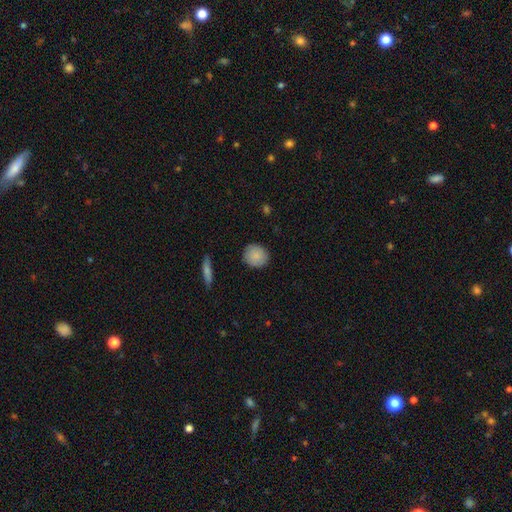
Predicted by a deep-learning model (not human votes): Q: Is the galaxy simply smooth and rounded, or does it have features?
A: smooth — 86%.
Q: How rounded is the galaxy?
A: round — 85%.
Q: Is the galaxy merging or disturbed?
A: none — 87%.